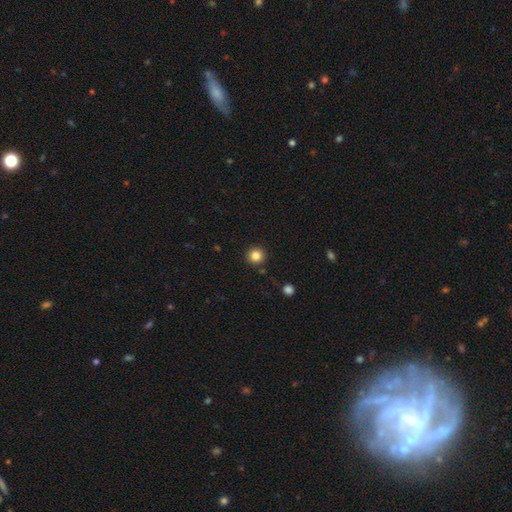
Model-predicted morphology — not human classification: Q: Smooth or featured?
A: smooth (84%); runner-up: star or artifact (11%)
Q: How rounded?
A: round (93%); runner-up: in between (6%)
Q: Merging?
A: none (91%); runner-up: minor disturbance (5%)